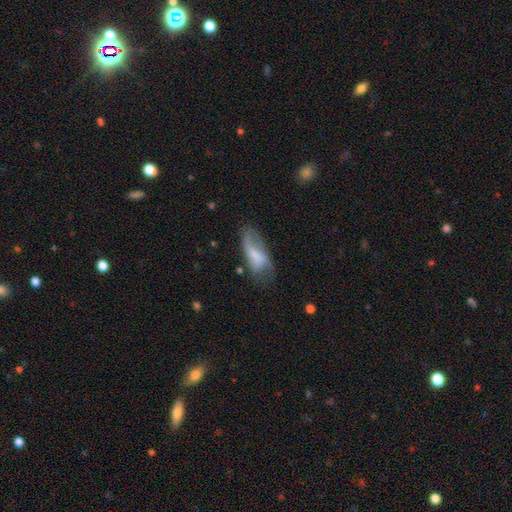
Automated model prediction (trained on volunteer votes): smooth-or-featured: smooth: 51% | featured or disk: 41% | star or artifact: 8%
  how-rounded: in between: 81% | cigar-shaped: 16% | round: 3%
  merging: none: 40% | minor disturbance: 31% | major disturbance: 25% | merger: 4%